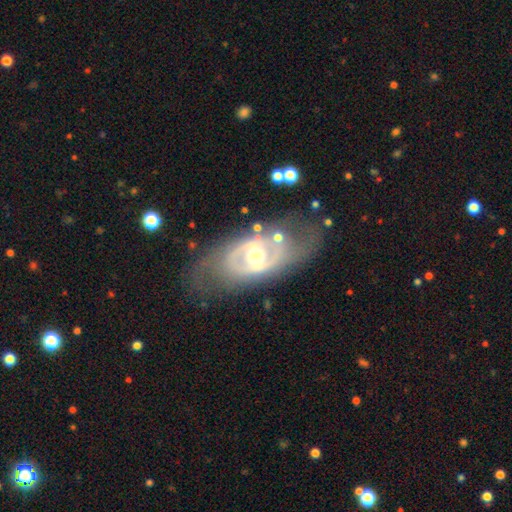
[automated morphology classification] smooth-or-featured: featured or disk: 81% | smooth: 13% | star or artifact: 6%
  disk-edge-on: no: 92% | yes: 8%
    bar: weak: 39% | strong: 34% | no: 27%
    has-spiral-arms: yes: 63% | no: 37%
    bulge-size: moderate: 64% | small: 27% | large: 7% | none: 1% | dominant: 1%
  merging: none: 66% | minor disturbance: 18% | major disturbance: 12% | merger: 4%